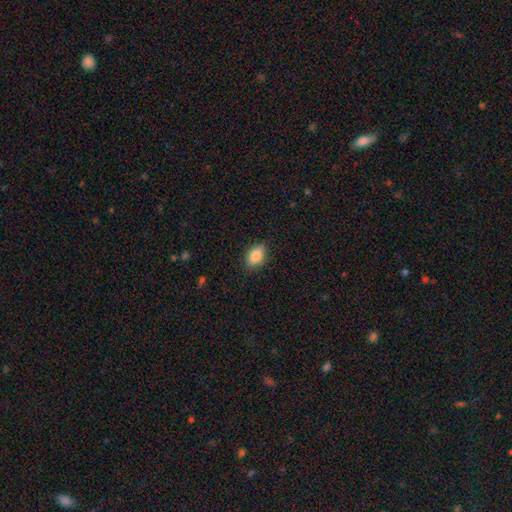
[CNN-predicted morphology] smooth-or-featured: smooth: 85% | star or artifact: 8% | featured or disk: 8%
  how-rounded: in between: 85% | round: 12% | cigar-shaped: 3%
  merging: none: 83% | minor disturbance: 13% | major disturbance: 3% | merger: 1%